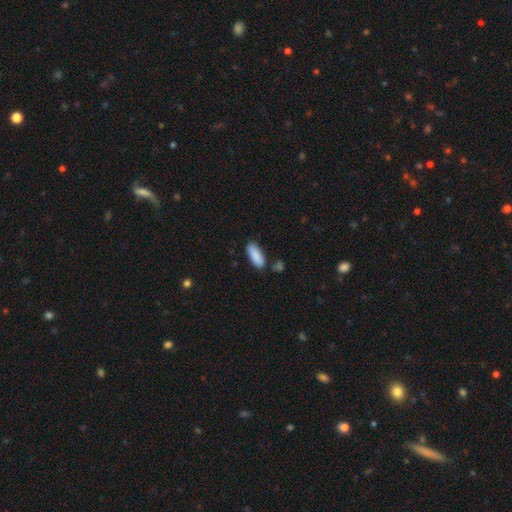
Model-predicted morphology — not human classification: smooth-or-featured: smooth: 89% | star or artifact: 6% | featured or disk: 5%
  how-rounded: in between: 77% | cigar-shaped: 22% | round: 2%
  merging: none: 79% | minor disturbance: 13% | merger: 5% | major disturbance: 3%